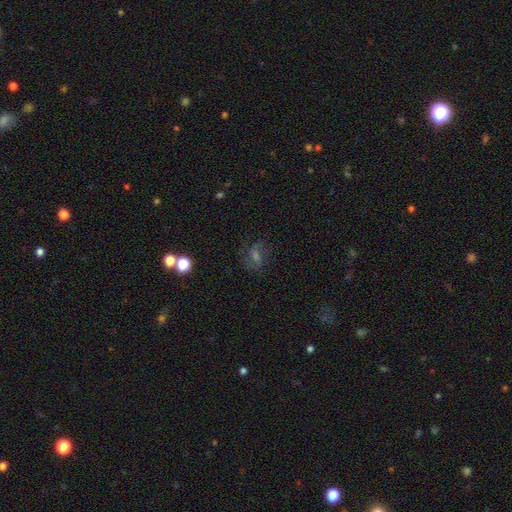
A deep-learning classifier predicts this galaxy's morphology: This is possibly a featured or disk galaxy (46%). Merging: likely none (72%).